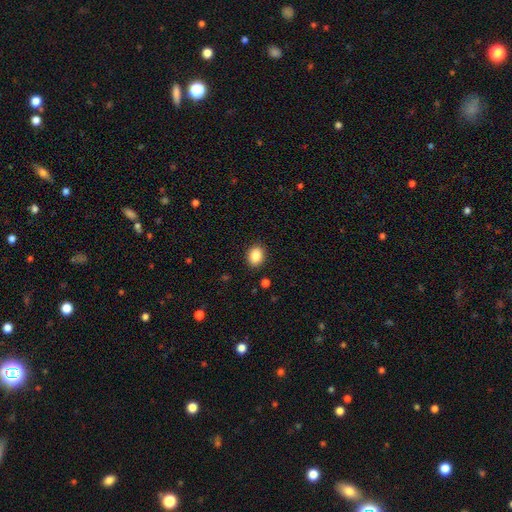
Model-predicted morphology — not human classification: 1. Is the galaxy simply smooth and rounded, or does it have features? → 87% smooth, 9% star or artifact, 4% featured or disk.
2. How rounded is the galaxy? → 55% in between, 44% round, 1% cigar-shaped.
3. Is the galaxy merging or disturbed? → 90% none, 7% minor disturbance, 2% major disturbance, 1% merger.